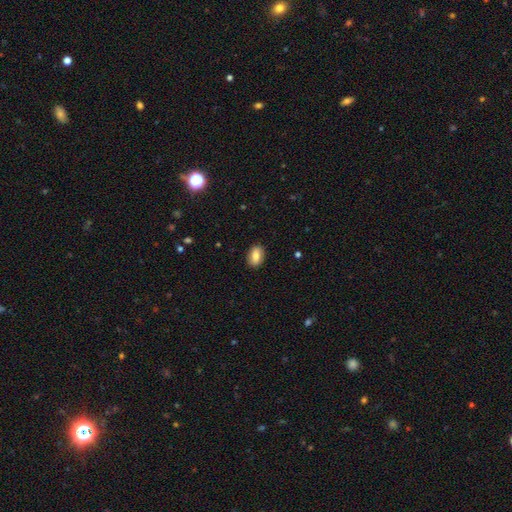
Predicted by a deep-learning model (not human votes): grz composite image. It shows a smooth galaxy with no disk features (78%) that is in between round and cigar-shaped (85%). Merging: none (88%).